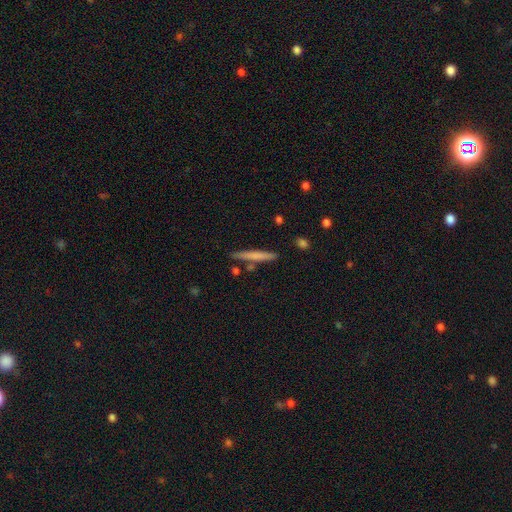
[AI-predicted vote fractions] This is likely a smooth galaxy (62%). How rounded: clearly cigar-shaped (95%). Merging: clearly none (82%).